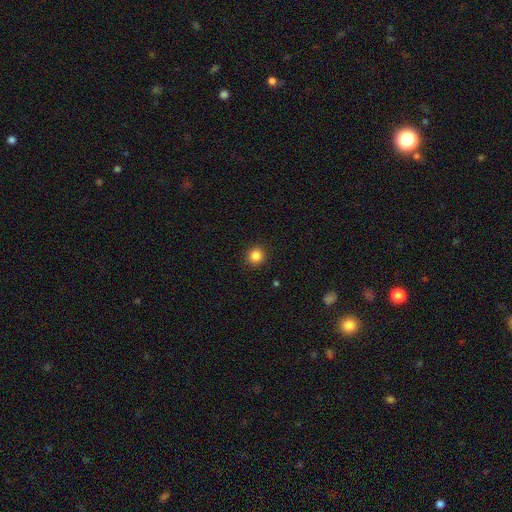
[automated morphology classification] Smooth or featured? smooth (85%)
How rounded? round (91%)
Merging? none (92%)